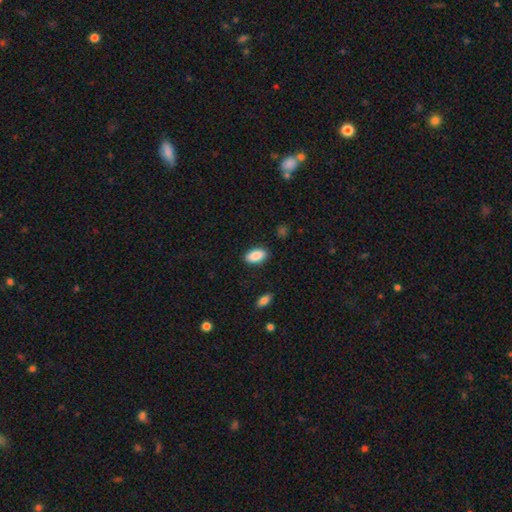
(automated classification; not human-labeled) Q: Smooth or featured?
A: smooth (88%); runner-up: star or artifact (7%)
Q: How rounded?
A: in between (93%); runner-up: cigar-shaped (3%)
Q: Merging?
A: none (88%); runner-up: minor disturbance (9%)